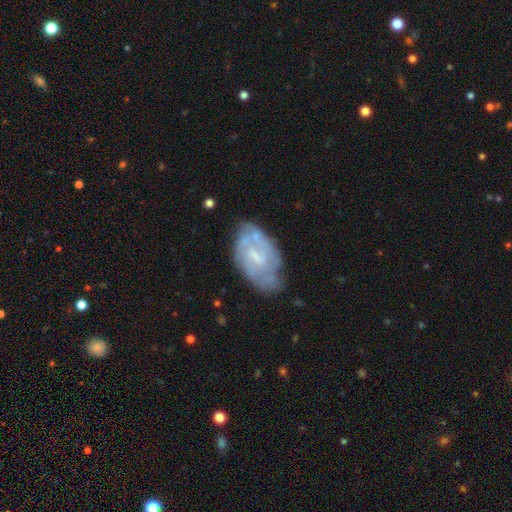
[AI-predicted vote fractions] This appears to be a featured or disk galaxy (71%) with a weak bar (53%), tight (46%) spiral arms (79%) and a small central bulge (46%). Merging: none (63%).